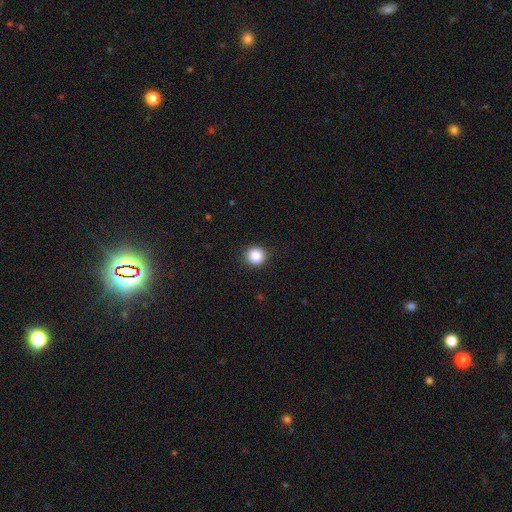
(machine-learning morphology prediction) Smooth or featured? Predicted: smooth (p=0.86). How rounded? Predicted: round (p=0.93). Merging? Predicted: none (p=0.91).